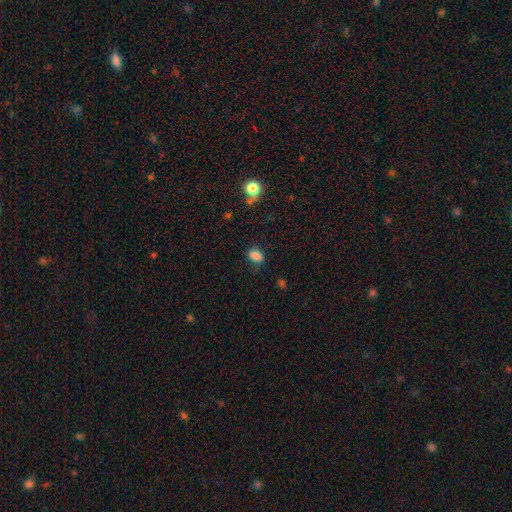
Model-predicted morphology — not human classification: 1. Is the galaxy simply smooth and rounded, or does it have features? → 84% smooth, 10% star or artifact, 5% featured or disk.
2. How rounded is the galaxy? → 79% in between, 19% round, 3% cigar-shaped.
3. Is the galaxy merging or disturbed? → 72% none, 20% minor disturbance, 6% major disturbance, 2% merger.